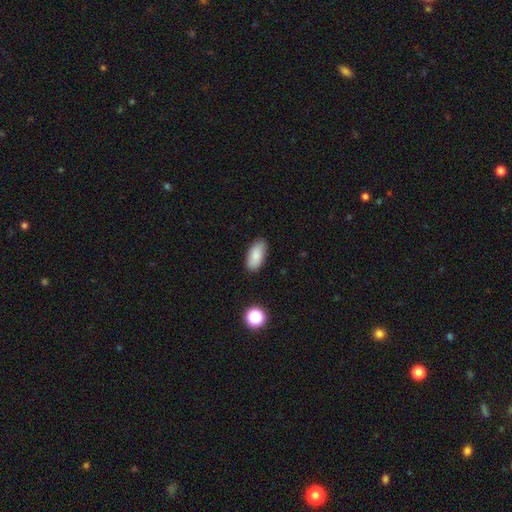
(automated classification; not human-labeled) Smooth or featured? smooth (84%)
How rounded? in between (91%)
Merging? none (84%)